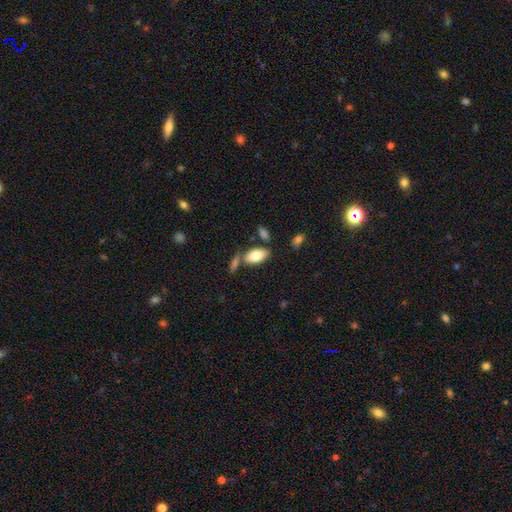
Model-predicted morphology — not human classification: This appears to be a smooth galaxy with no disk features (79%) that is in between round and cigar-shaped (93%). Merging: none (64%).